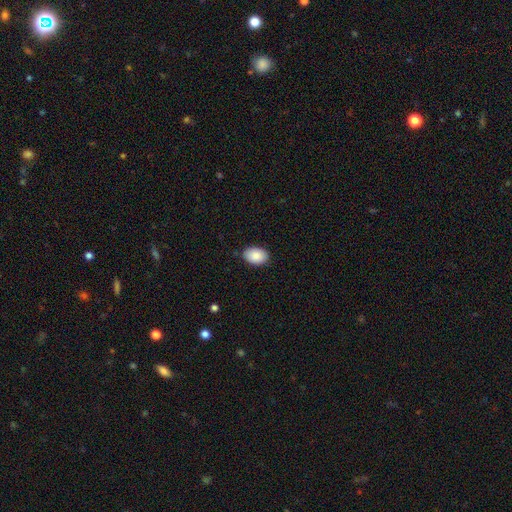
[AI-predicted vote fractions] Smooth or featured?
  - smooth: 89% *
  - star or artifact: 6%
  - featured or disk: 4%
How rounded?
  - in between: 87% *
  - round: 12%
  - cigar-shaped: 1%
Merging?
  - none: 87% *
  - minor disturbance: 10%
  - major disturbance: 2%
  - merger: 1%